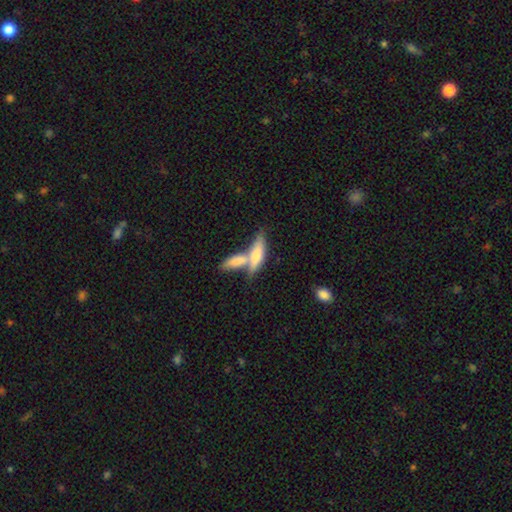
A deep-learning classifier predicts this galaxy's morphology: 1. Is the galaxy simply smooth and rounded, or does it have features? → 64% smooth, 30% featured or disk, 6% star or artifact.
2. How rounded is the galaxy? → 51% cigar-shaped, 46% in between, 3% round.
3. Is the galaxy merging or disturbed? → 55% merger, 32% none, 9% minor disturbance, 4% major disturbance.